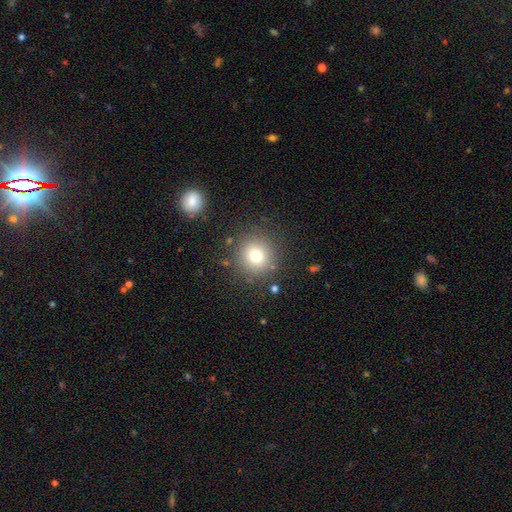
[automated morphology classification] A smooth galaxy with no disk features (75%) that is round (93%).

Vote fractions:
- Smooth or featured? smooth: 75% / star or artifact: 14% / featured or disk: 10%
- How rounded? round: 93% / in between: 7% / cigar-shaped: 1%
- Merging? none: 85% / minor disturbance: 8% / major disturbance: 4% / merger: 3%